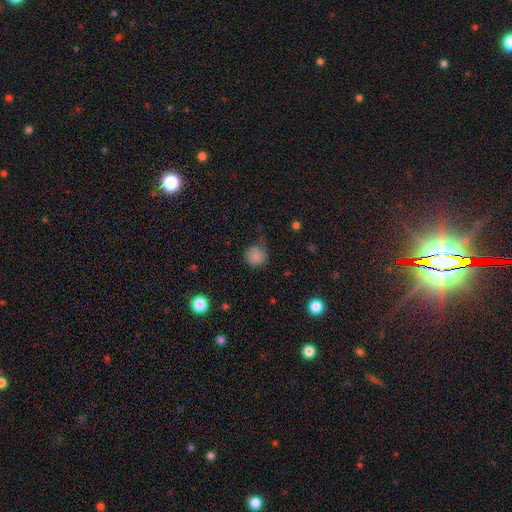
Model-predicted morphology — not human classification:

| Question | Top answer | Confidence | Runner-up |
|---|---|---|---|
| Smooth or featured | smooth | 84% | star or artifact (11%) |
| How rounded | round | 91% | in between (8%) |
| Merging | none | 63% | minor disturbance (26%) |